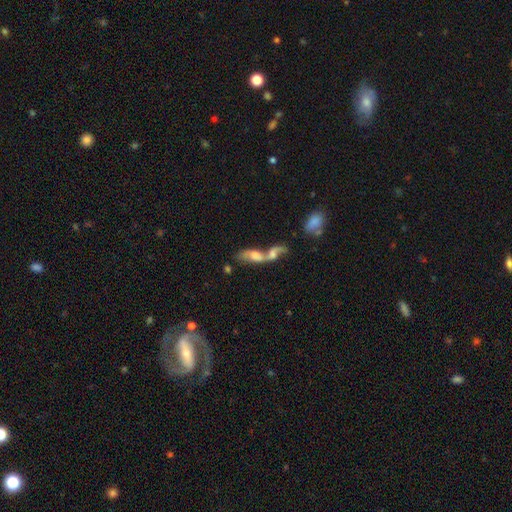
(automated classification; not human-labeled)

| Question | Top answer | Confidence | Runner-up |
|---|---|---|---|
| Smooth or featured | featured or disk | 50% | smooth (38%) |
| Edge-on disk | no | 79% | yes (21%) |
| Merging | merger | 70% | none (15%) |